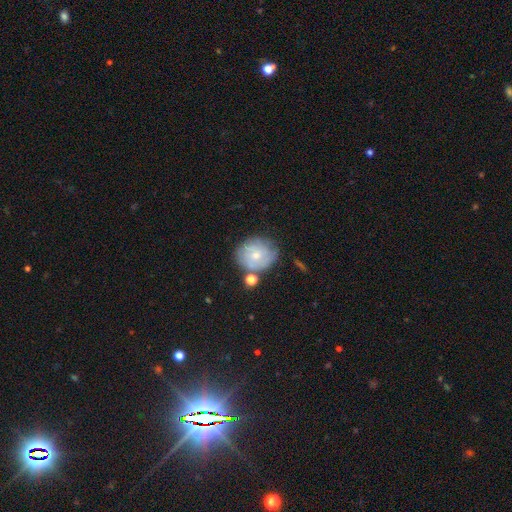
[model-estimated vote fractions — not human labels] Overall: featured or disk (49%; smooth 43%). Merging: none (63%).